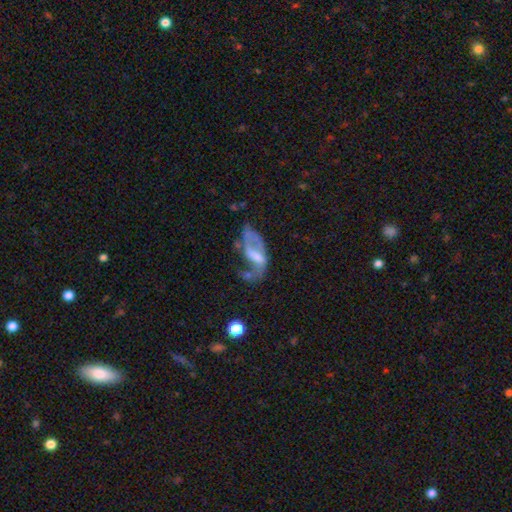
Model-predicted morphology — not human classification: This appears to be a featured or disk galaxy (64%) with no bar (39%, tied with weak), spiral arms (56%) and a moderate central bulge (32%). Merging: major disturbance (39%).